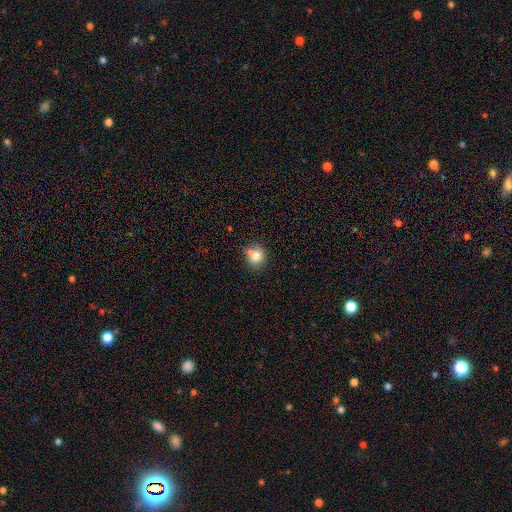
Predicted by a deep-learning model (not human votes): A smooth galaxy with no disk features (77%) that is round (72%). Merging: none (56%).